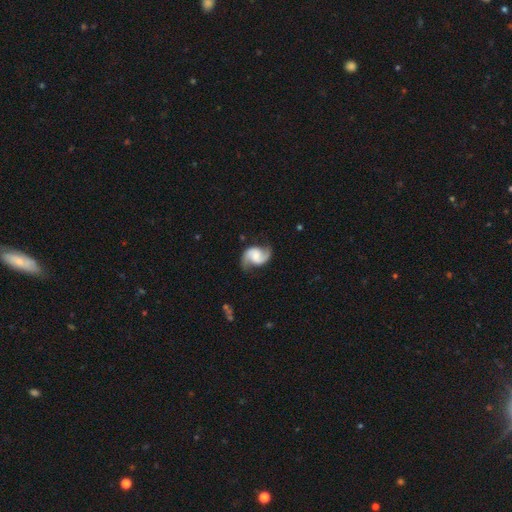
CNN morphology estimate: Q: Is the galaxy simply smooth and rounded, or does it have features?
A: featured or disk — 88%.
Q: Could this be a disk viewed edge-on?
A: no — 98%.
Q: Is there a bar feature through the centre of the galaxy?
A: no — 52%.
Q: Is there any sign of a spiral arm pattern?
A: yes — 98%.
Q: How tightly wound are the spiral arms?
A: medium — 48%.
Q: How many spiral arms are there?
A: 2 — 93%.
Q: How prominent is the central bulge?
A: moderate — 40%.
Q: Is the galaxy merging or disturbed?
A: none — 78%.